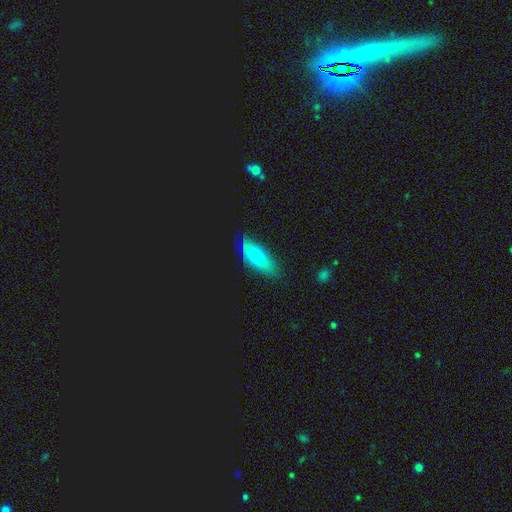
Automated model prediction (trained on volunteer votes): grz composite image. It shows a smooth galaxy with no disk features (65%) that is in between round and cigar-shaped (71%). Merging: none (72%).